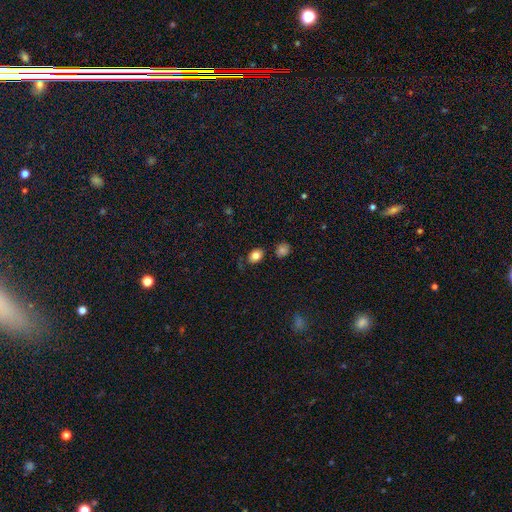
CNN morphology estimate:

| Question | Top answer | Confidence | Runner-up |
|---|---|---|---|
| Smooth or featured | smooth | 82% | star or artifact (10%) |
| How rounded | in between | 71% | round (27%) |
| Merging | none | 77% | minor disturbance (14%) |